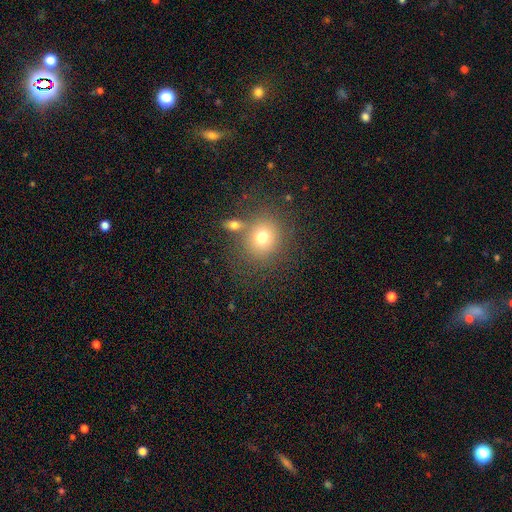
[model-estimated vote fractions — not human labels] Q: Smooth or featured?
A: smooth (61%); runner-up: star or artifact (31%)
Q: How rounded?
A: round (84%); runner-up: in between (14%)
Q: Merging?
A: none (83%); runner-up: minor disturbance (8%)